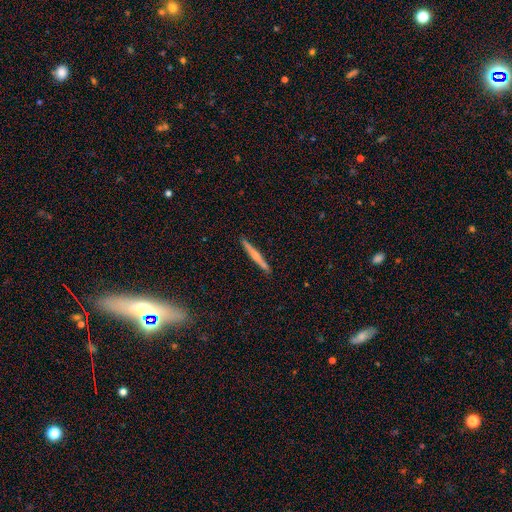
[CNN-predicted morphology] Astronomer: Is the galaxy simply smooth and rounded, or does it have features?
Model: smooth — 48% (runner-up: featured or disk, 46%).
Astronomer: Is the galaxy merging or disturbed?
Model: none — 90%.